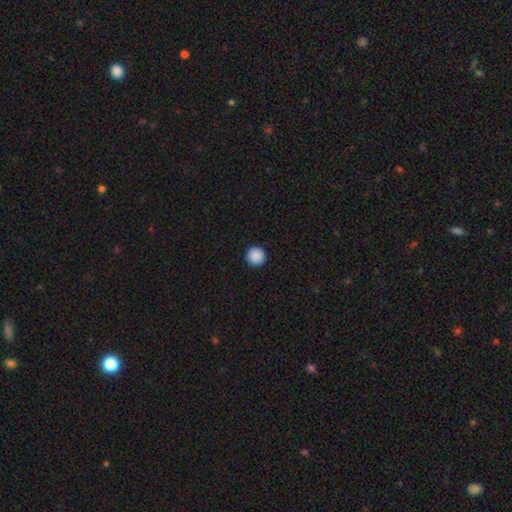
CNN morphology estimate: The model was most divided on "smooth or featured": smooth: 90%, star or artifact: 8%, featured or disk: 2%. More confident: how rounded — round (96%); merging — none (93%).